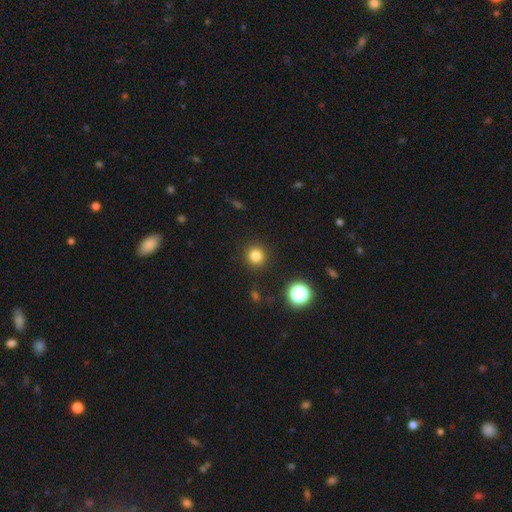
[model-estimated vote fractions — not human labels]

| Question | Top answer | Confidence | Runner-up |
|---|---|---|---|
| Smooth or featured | smooth | 81% | star or artifact (14%) |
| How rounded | round | 94% | in between (6%) |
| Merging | none | 90% | minor disturbance (6%) |